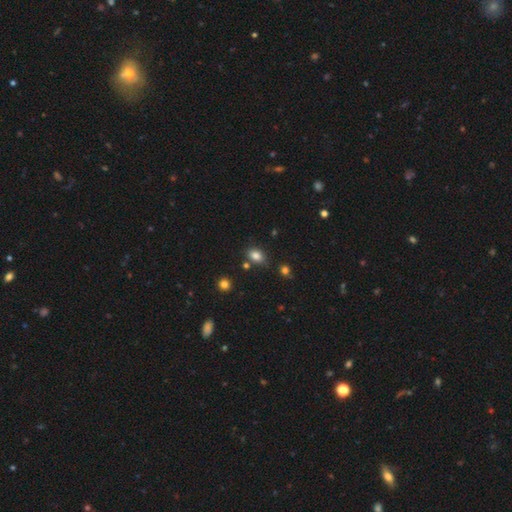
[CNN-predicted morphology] The model was most divided on "how rounded": in between: 73%, round: 26%, cigar-shaped: 1%. More confident: smooth or featured — smooth (82%); merging — none (77%).